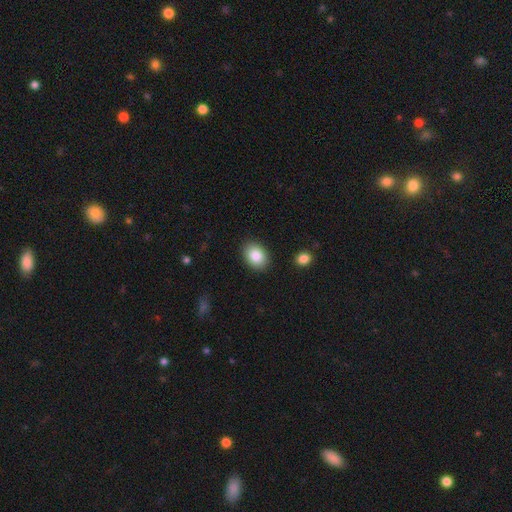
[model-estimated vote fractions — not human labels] This appears to be a smooth galaxy with no disk features (86%) that is in between round and cigar-shaped (72%). Merging: none (88%).